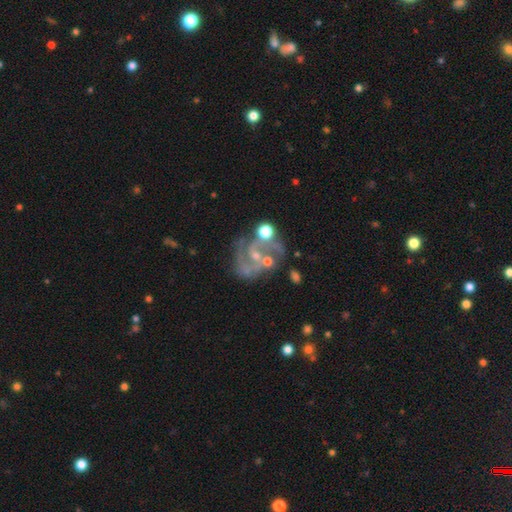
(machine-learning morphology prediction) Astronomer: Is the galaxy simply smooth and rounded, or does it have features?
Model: featured or disk — 79%.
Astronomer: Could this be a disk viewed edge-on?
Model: no — 98%.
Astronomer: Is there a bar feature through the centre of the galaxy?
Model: no — 56% (runner-up: weak, 34%).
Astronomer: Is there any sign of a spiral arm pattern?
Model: yes — 86%.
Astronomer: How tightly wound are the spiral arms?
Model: medium — 48% (runner-up: loose, 30%).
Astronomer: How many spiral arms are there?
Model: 2 — 56%.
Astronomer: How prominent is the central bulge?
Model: small — 59%.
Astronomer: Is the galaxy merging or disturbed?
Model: none — 43% (runner-up: major disturbance, 22%).